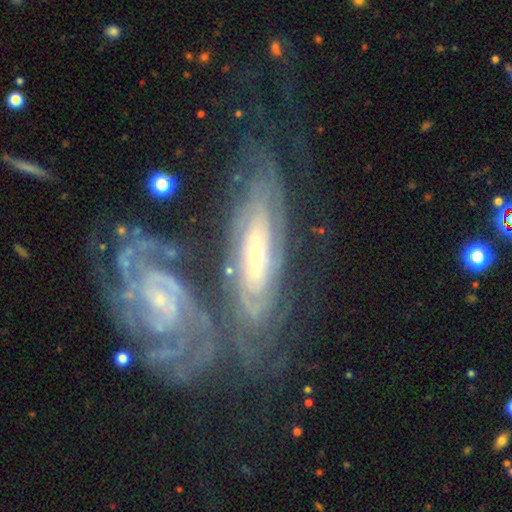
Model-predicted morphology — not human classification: This is clearly a featured or disk galaxy (85%). It is clearly not viewed edge-on (85%). Bar: likely no (61%). Spiral arm pattern: clearly yes (95%). Spiral arm count: possibly can't tell (47%). Spiral winding: likely tight (79%). Central bulge: likely small (71%). Merging: possibly none (50%).